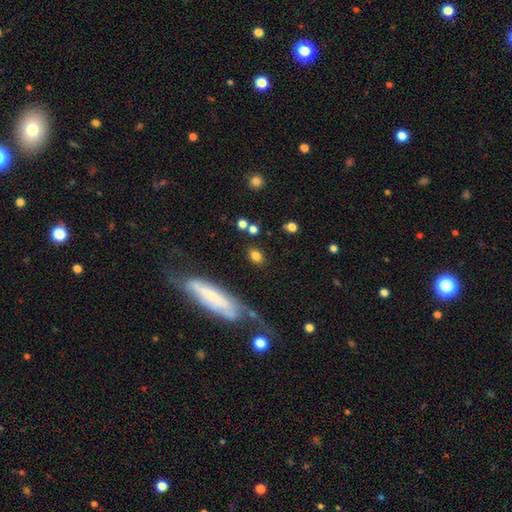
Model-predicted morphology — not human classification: Overall: smooth (79%). How rounded: in between (60%; round 33%). Merging: none (78%).